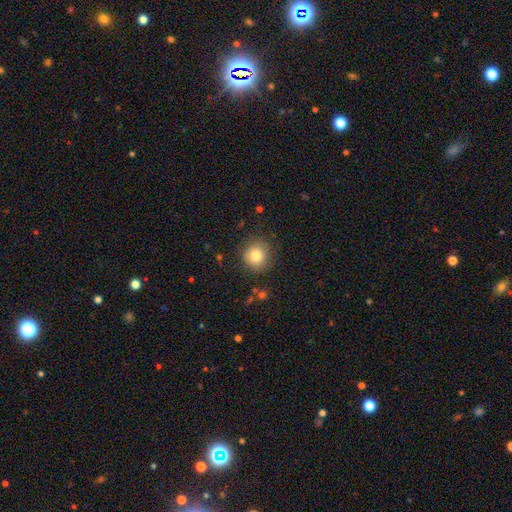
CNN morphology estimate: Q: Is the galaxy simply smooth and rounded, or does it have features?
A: smooth — 80%.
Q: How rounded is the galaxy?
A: round — 91%.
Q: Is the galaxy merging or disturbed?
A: none — 84%.